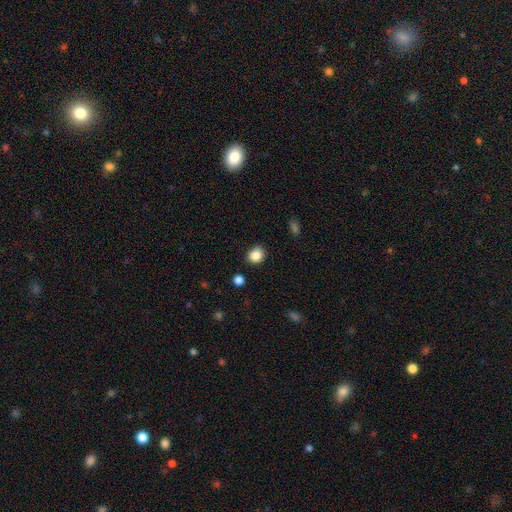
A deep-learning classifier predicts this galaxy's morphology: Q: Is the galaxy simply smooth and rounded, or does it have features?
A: smooth — 84%.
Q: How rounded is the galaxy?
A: round — 72%.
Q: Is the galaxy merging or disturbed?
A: none — 81%.